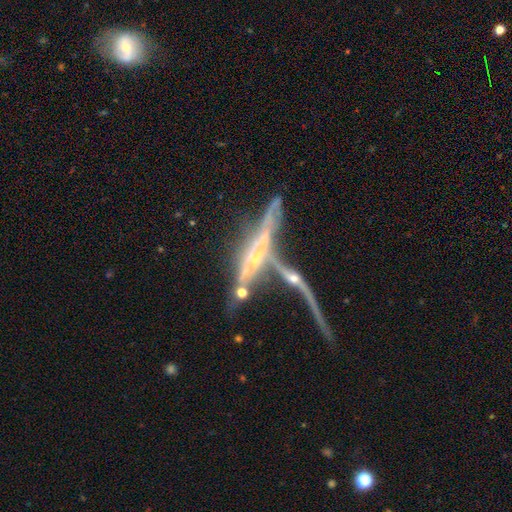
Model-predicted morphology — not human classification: The model was most divided on "merging": merger: 47%, none: 23%, major disturbance: 19%, minor disturbance: 11%. More confident: edge-on disk — yes (73%); smooth or featured — featured or disk (72%); edge-on bulge — rounded (61%).